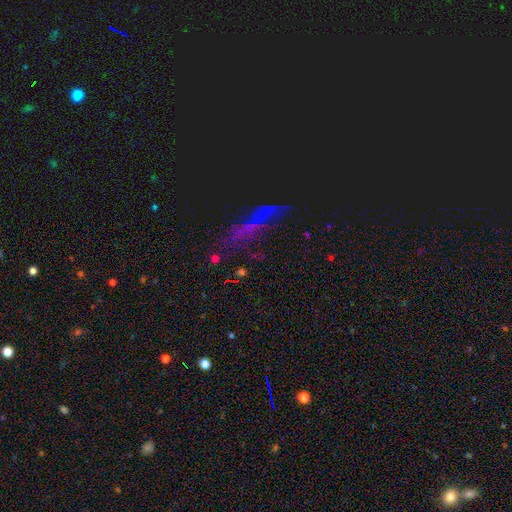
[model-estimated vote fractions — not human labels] The model was most divided on "smooth or featured": star or artifact: 52%, smooth: 31%, featured or disk: 17%.